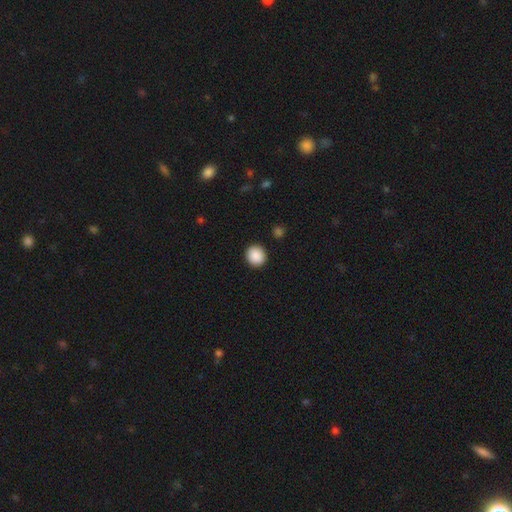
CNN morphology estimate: Q: Smooth or featured?
A: smooth (89%); runner-up: star or artifact (8%)
Q: How rounded?
A: round (91%); runner-up: in between (9%)
Q: Merging?
A: none (92%); runner-up: minor disturbance (5%)